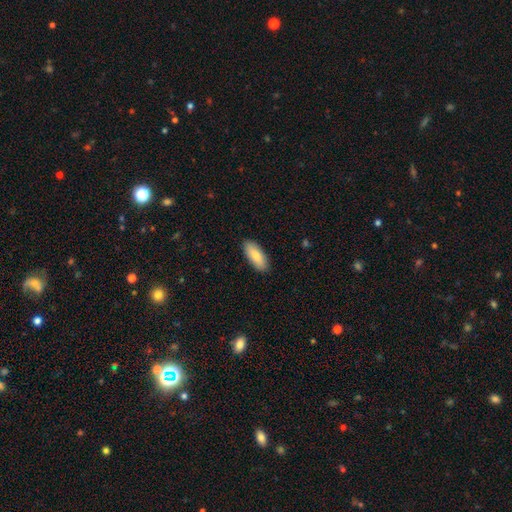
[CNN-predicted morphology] Smooth or featured?
  - smooth: 84% *
  - featured or disk: 10%
  - star or artifact: 6%
How rounded?
  - in between: 80% *
  - cigar-shaped: 18%
  - round: 2%
Merging?
  - none: 89% *
  - minor disturbance: 8%
  - major disturbance: 2%
  - merger: 1%